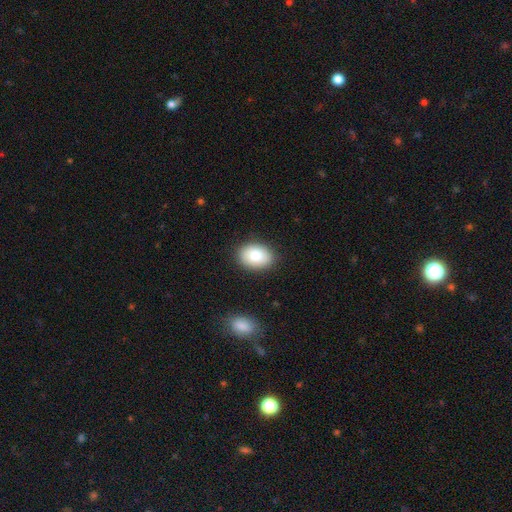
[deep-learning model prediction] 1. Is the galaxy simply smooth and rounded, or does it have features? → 84% smooth, 9% featured or disk, 7% star or artifact.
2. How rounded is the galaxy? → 79% in between, 20% round, 1% cigar-shaped.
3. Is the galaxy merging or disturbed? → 87% none, 9% minor disturbance, 2% major disturbance, 1% merger.